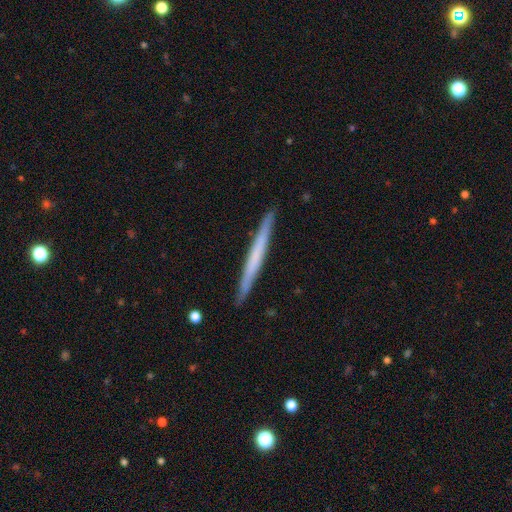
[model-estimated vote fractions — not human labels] Overall: smooth (48%; featured or disk 46%). Merging: none (92%).